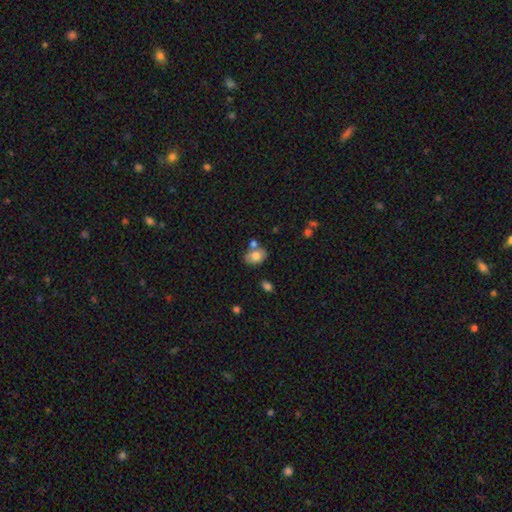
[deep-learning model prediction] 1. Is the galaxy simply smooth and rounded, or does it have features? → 74% smooth, 17% featured or disk, 8% star or artifact.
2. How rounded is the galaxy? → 73% in between, 26% round, 1% cigar-shaped.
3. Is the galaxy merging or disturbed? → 58% none, 22% merger, 16% minor disturbance, 4% major disturbance.